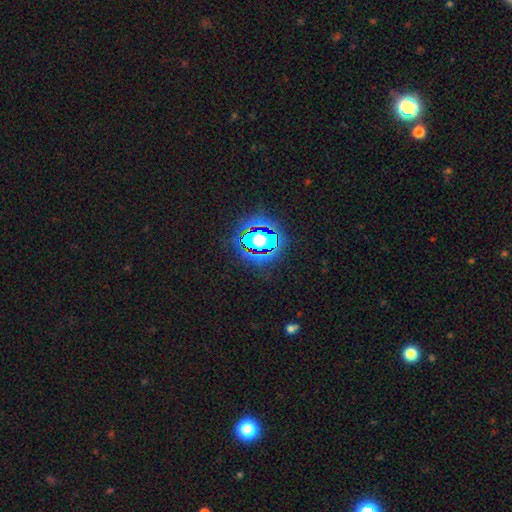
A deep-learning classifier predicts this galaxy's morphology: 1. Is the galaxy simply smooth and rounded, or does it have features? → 80% star or artifact, 13% smooth, 7% featured or disk.